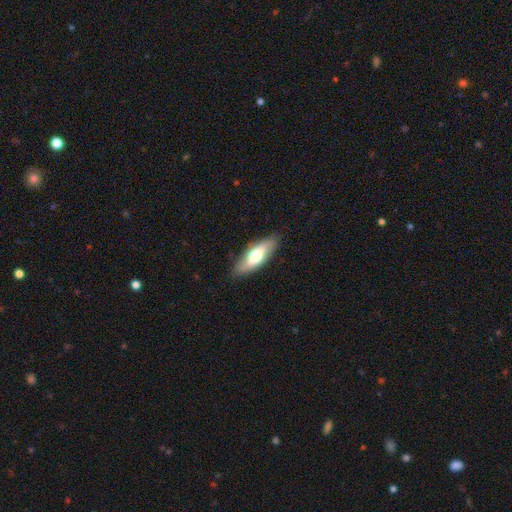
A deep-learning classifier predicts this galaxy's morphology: This is possibly a smooth galaxy (58%). How rounded: likely in between (66%). Merging: clearly none (84%).